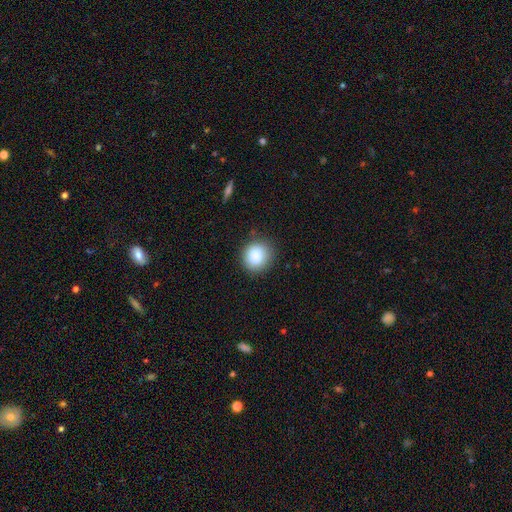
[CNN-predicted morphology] Smooth or featured? smooth (84%)
How rounded? round (86%)
Merging? none (86%)